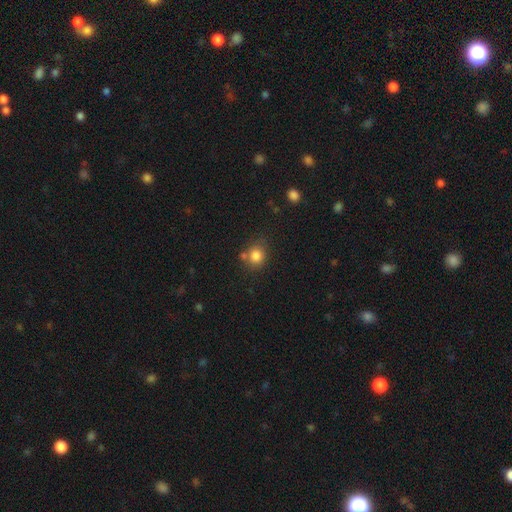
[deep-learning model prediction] Smooth or featured?
  - smooth: 82% *
  - star or artifact: 11%
  - featured or disk: 7%
How rounded?
  - round: 76% *
  - in between: 23%
  - cigar-shaped: 1%
Merging?
  - none: 65% *
  - merger: 16%
  - minor disturbance: 15%
  - major disturbance: 5%